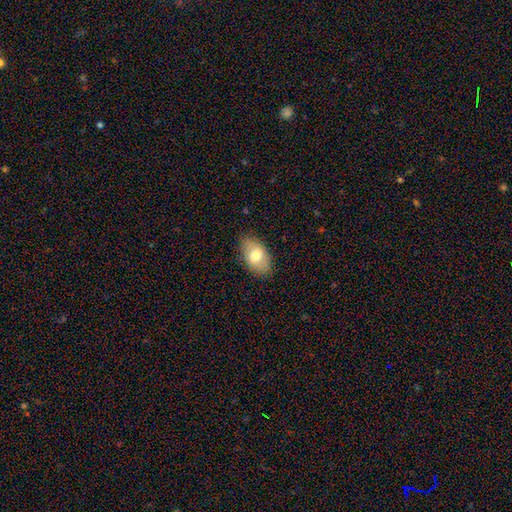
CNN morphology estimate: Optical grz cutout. It shows a smooth galaxy with no disk features (71%) that is in between round and cigar-shaped (91%). Merging: none (83%).